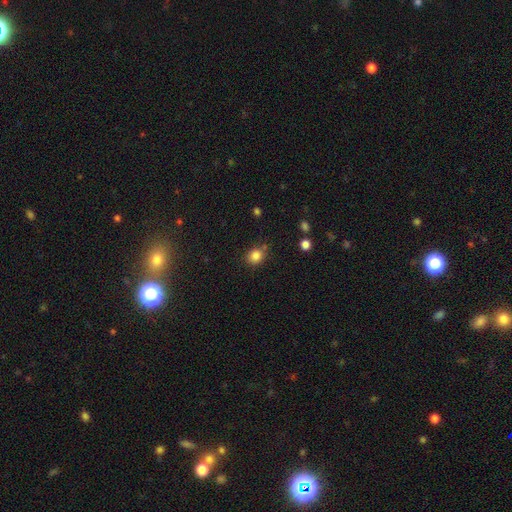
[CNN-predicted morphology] smooth_or_featured: smooth (p=0.84) [alt: star or artifact p=0.11]
how_rounded: round (p=0.70) [alt: in between p=0.29]
merging: none (p=0.73) [alt: minor disturbance p=0.17]